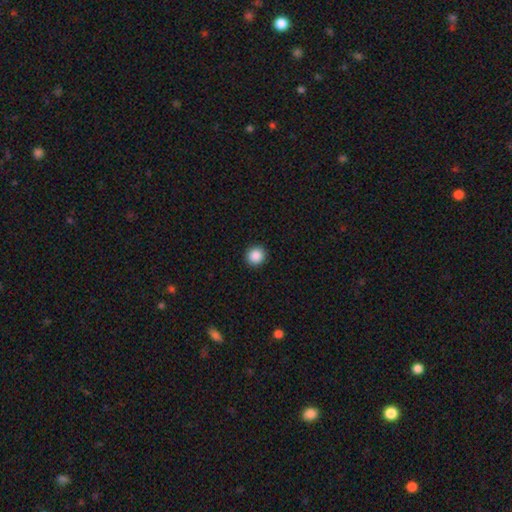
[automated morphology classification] Overall: smooth (88%). How rounded: round (94%). Merging: none (93%).